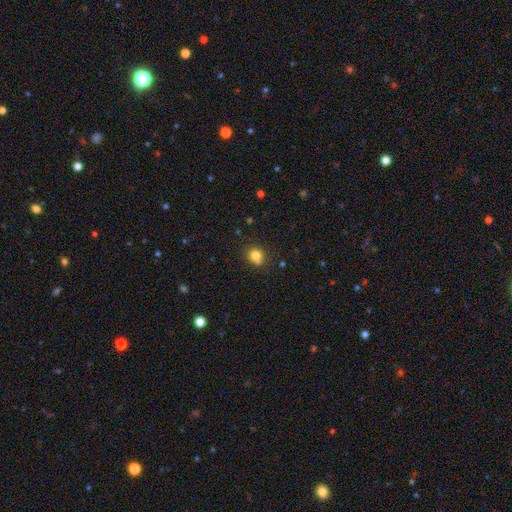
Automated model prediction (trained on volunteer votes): A smooth galaxy with no disk features (80%) that is round (75%).

Vote fractions:
- Smooth or featured? smooth: 80% / star or artifact: 13% / featured or disk: 7%
- How rounded? round: 75% / in between: 24% / cigar-shaped: 1%
- Merging? none: 73% / minor disturbance: 16% / merger: 7% / major disturbance: 4%